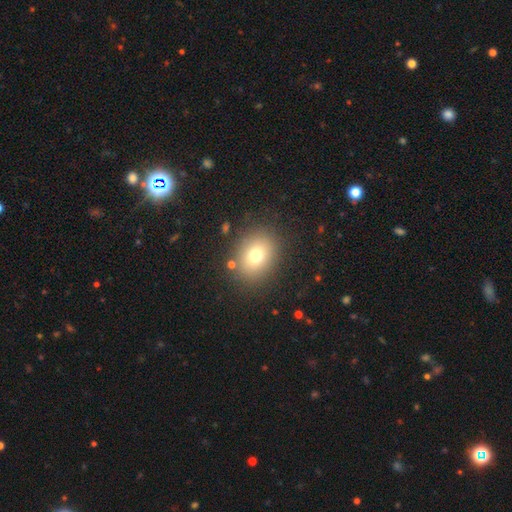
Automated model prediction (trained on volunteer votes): smooth_or_featured: smooth (p=0.74) [alt: star or artifact p=0.13]
how_rounded: round (p=0.50) [alt: in between p=0.49]
merging: none (p=0.84) [alt: minor disturbance p=0.09]